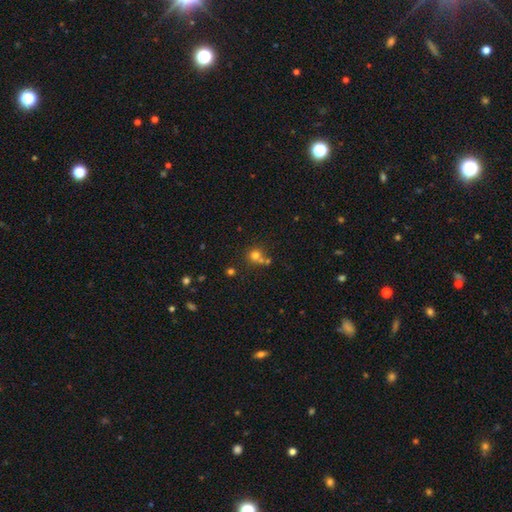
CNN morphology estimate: A smooth galaxy with no disk features (70%) that is round (88%).

Vote fractions:
- Smooth or featured? smooth: 70% / star or artifact: 19% / featured or disk: 11%
- How rounded? round: 88% / in between: 11% / cigar-shaped: 1%
- Merging? none: 54% / merger: 34% / minor disturbance: 8% / major disturbance: 4%